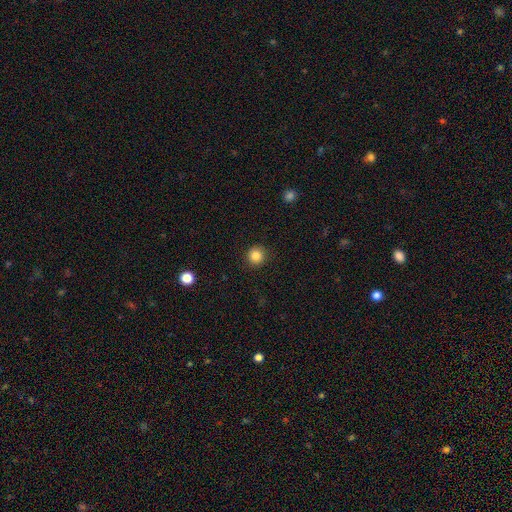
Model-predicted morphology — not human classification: Smooth or featured? Predicted: smooth (p=0.85). How rounded? Predicted: round (p=0.94). Merging? Predicted: none (p=0.91).